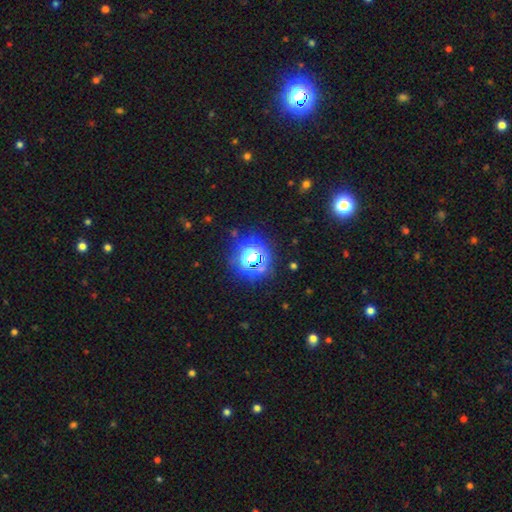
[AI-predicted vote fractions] Overall: star or artifact (70%).